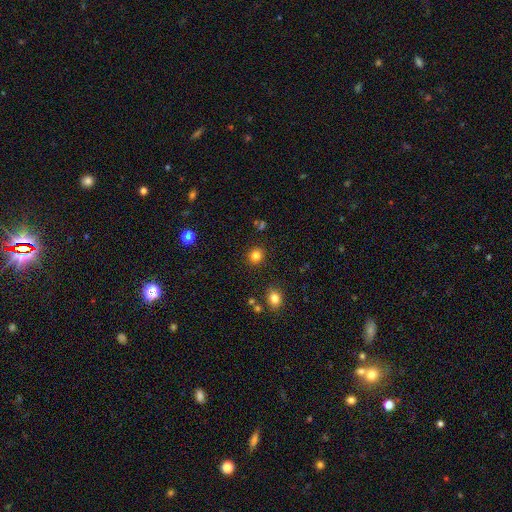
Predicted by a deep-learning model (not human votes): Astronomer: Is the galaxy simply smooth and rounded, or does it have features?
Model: smooth — 83%.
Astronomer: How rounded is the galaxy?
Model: round — 85%.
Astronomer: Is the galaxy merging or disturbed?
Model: none — 89%.